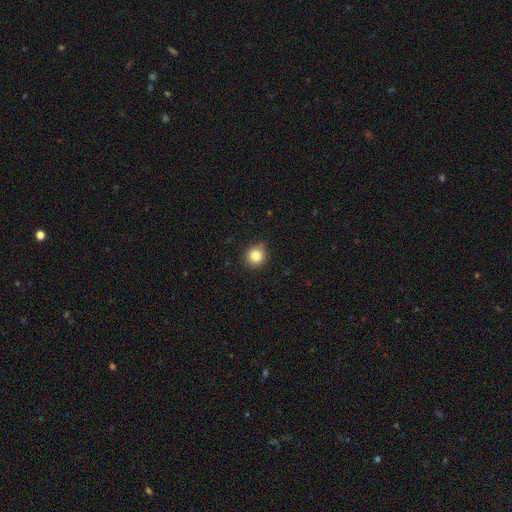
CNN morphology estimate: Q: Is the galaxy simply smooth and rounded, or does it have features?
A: smooth — 84%.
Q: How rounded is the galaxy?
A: round — 87%.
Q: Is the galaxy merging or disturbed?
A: none — 84%.